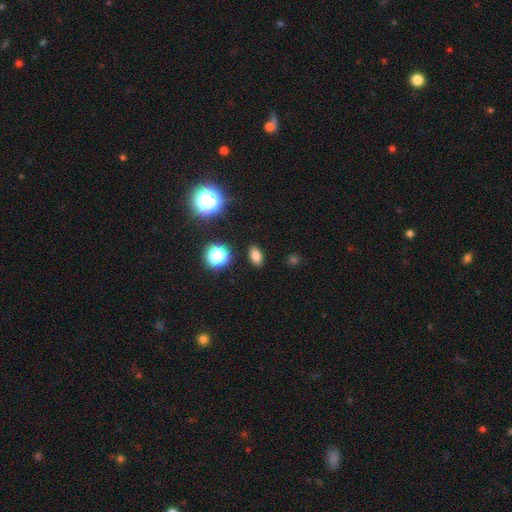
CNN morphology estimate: type=smooth (76%); roundness=in between (83%); merging=none (89%).